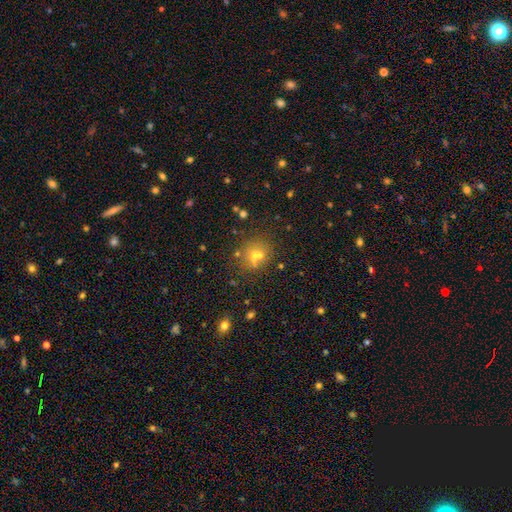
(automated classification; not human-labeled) Smooth or featured? Predicted: smooth (p=0.53). How rounded? Predicted: round (p=0.75). Merging? Predicted: none (p=0.60).